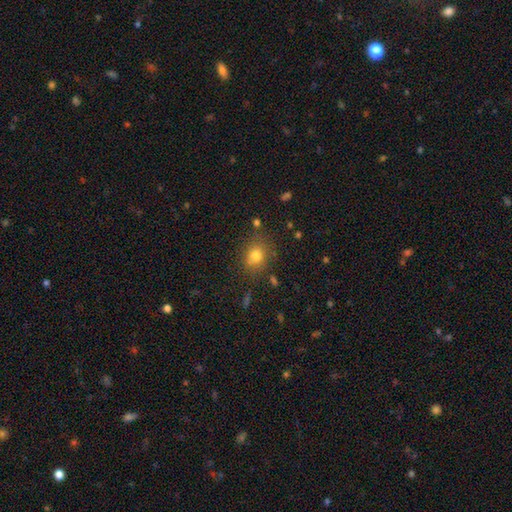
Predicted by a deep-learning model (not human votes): Smooth or featured?
  - smooth: 78% *
  - star or artifact: 14%
  - featured or disk: 8%
How rounded?
  - round: 68% *
  - in between: 31%
  - cigar-shaped: 1%
Merging?
  - none: 78% *
  - minor disturbance: 13%
  - merger: 5%
  - major disturbance: 4%